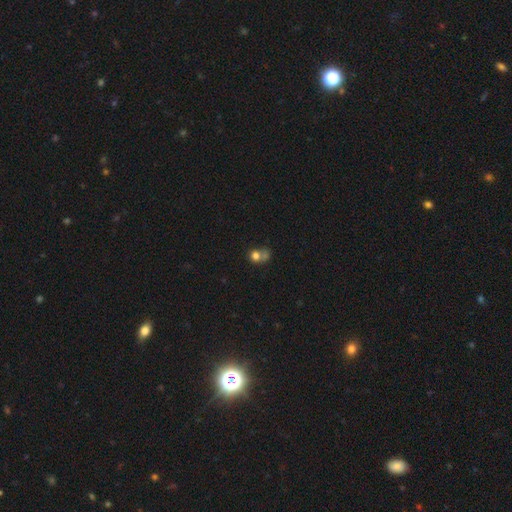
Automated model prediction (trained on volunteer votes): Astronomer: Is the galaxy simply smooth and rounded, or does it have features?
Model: smooth — 72%.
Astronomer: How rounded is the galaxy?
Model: round — 72%.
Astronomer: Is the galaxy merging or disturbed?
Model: merger — 42% (runner-up: none, 34%).